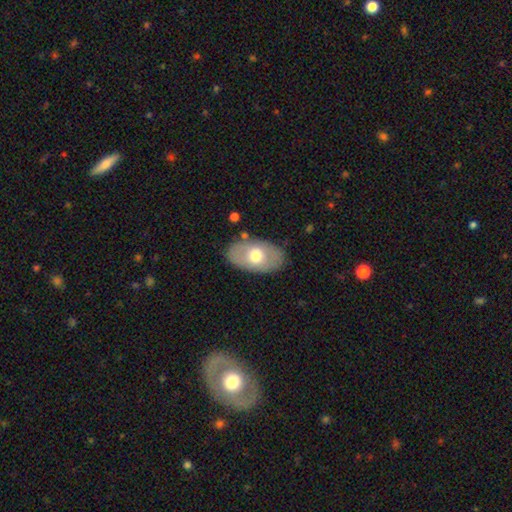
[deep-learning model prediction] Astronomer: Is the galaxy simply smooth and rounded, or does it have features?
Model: smooth — 61%.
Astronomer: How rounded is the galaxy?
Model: in between — 92%.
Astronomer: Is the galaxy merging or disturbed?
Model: none — 80%.